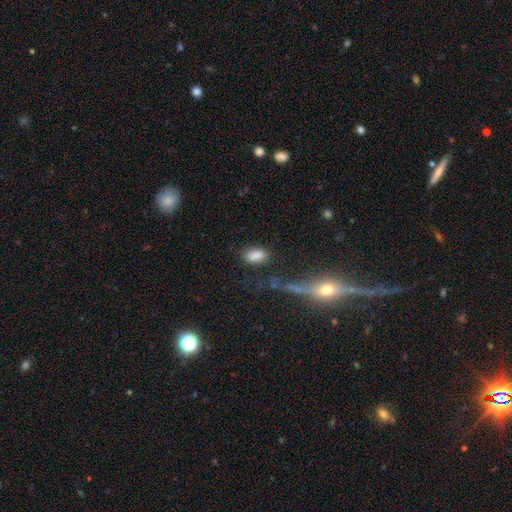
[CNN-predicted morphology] Smooth or featured? smooth (84%)
How rounded? in between (90%)
Merging? none (70%)